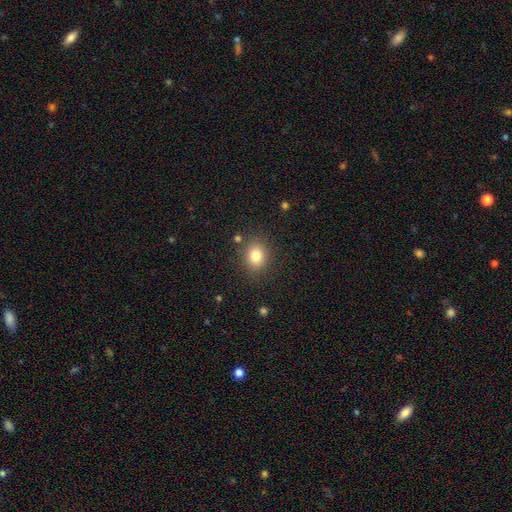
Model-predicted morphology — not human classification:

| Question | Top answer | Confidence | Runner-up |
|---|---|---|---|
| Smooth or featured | smooth | 80% | star or artifact (12%) |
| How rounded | round | 60% | in between (39%) |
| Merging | none | 85% | minor disturbance (9%) |